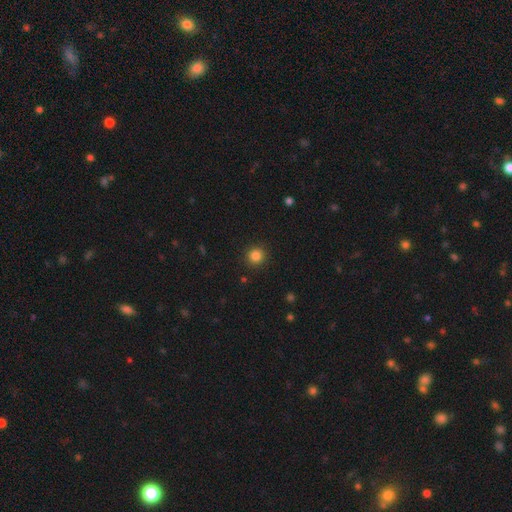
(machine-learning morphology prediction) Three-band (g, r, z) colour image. It shows a smooth galaxy with no disk features (84%) that is round (94%). Merging: none (92%).